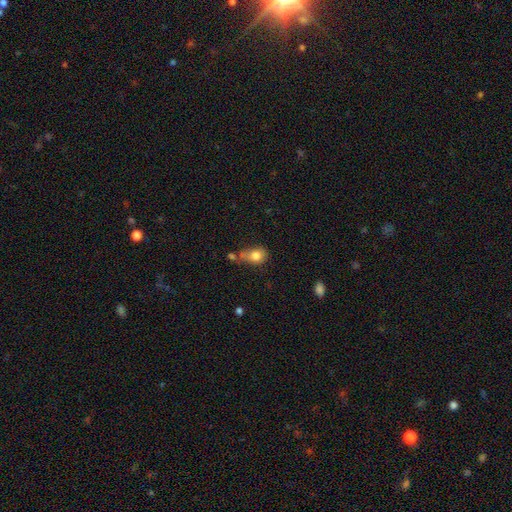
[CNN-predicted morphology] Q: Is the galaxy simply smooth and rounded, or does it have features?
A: smooth — 78%.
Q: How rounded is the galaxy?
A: in between — 57%.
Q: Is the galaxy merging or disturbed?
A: none — 35%.